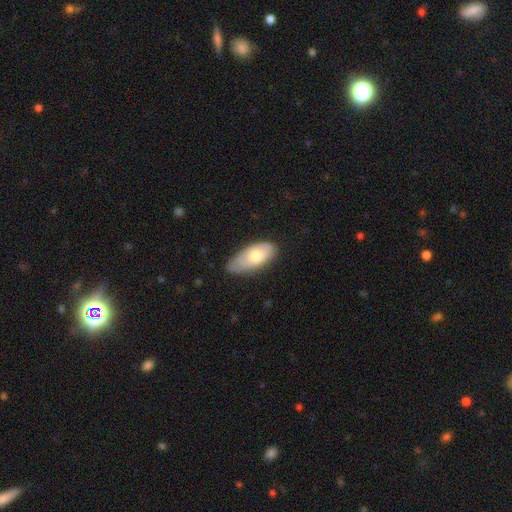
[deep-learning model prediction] A smooth galaxy with no disk features (67%) that is in between round and cigar-shaped (89%).

Vote fractions:
- Smooth or featured? smooth: 67% / featured or disk: 27% / star or artifact: 6%
- How rounded? in between: 89% / cigar-shaped: 8% / round: 3%
- Merging? none: 55% / minor disturbance: 35% / major disturbance: 8% / merger: 2%